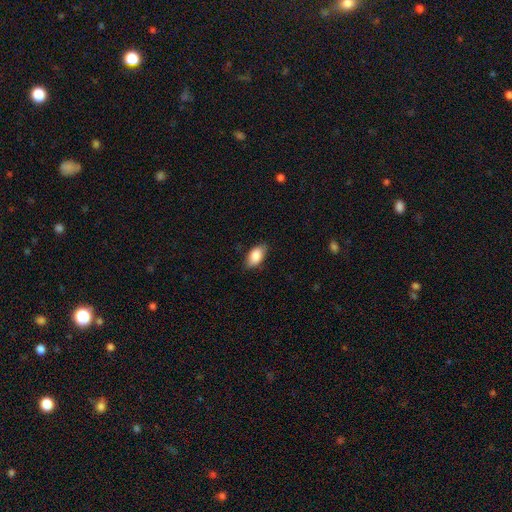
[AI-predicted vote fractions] smooth 86%, featured or disk 7%, star or artifact 7%. Down the decision tree: how rounded — in between (92%); merging — none (82%).